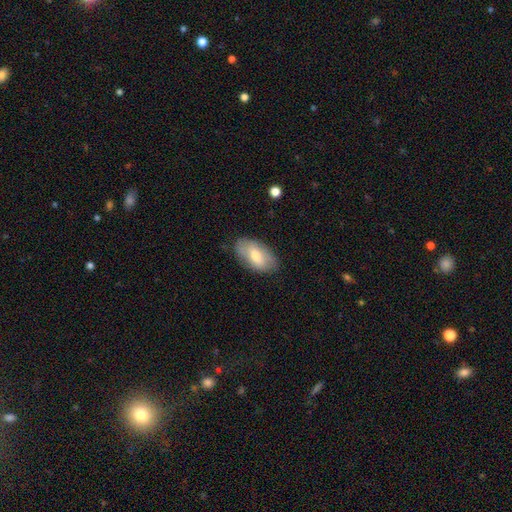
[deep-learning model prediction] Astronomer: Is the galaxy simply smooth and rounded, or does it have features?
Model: smooth — 67%.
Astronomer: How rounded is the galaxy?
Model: in between — 94%.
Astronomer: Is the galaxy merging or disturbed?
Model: none — 81%.